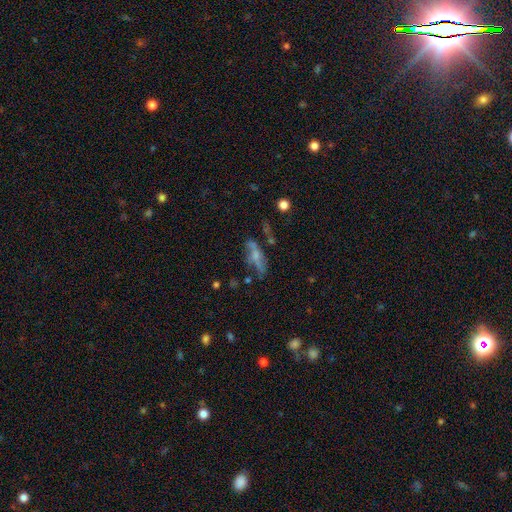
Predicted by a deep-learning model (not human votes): Overall: featured or disk (46%; smooth 43%). Merging: none (53%; minor disturbance 22%).